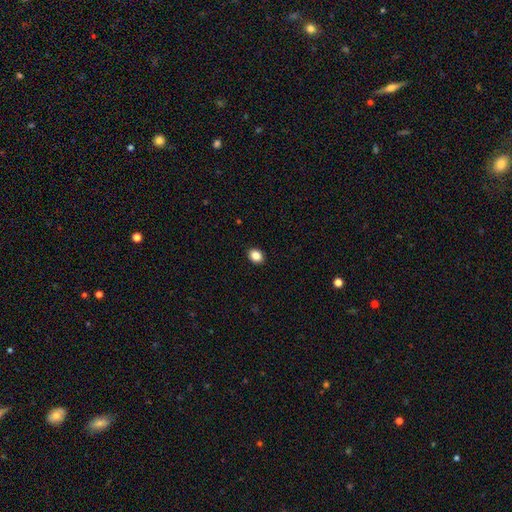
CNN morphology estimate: A smooth galaxy with no disk features (86%) that is in between round and cigar-shaped (55%). Merging: none (91%).